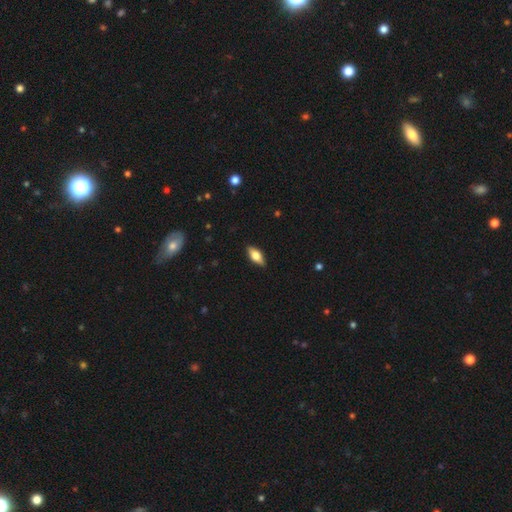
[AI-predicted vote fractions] smooth_or_featured: smooth (p=0.61) [alt: featured or disk p=0.32]
how_rounded: in between (p=0.79) [alt: cigar-shaped p=0.18]
merging: none (p=0.87) [alt: minor disturbance p=0.10]